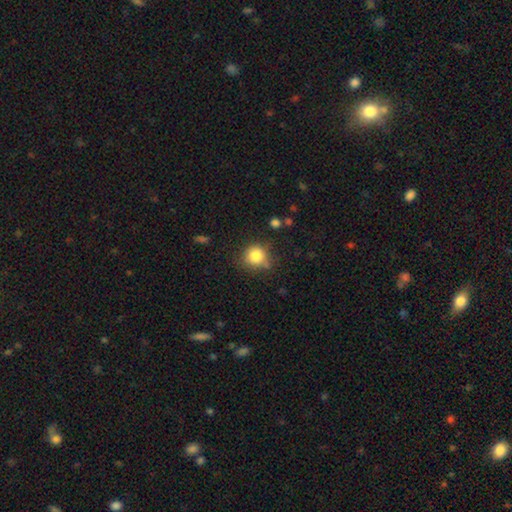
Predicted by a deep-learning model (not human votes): smooth-or-featured: smooth: 83% | star or artifact: 11% | featured or disk: 6%
  how-rounded: round: 88% | in between: 11% | cigar-shaped: 1%
  merging: none: 72% | minor disturbance: 19% | major disturbance: 5% | merger: 5%